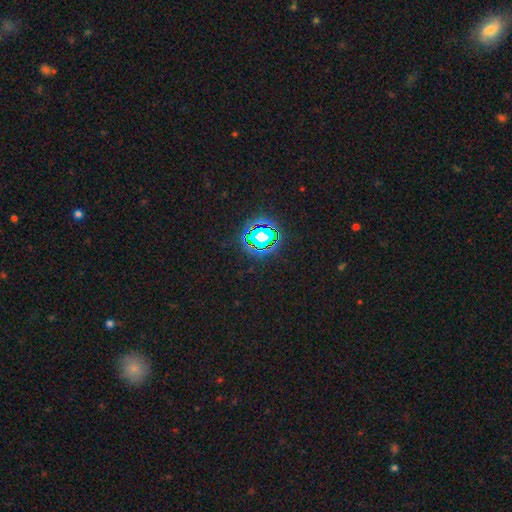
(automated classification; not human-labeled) Smooth or featured?
  - star or artifact: 82% *
  - smooth: 12%
  - featured or disk: 6%